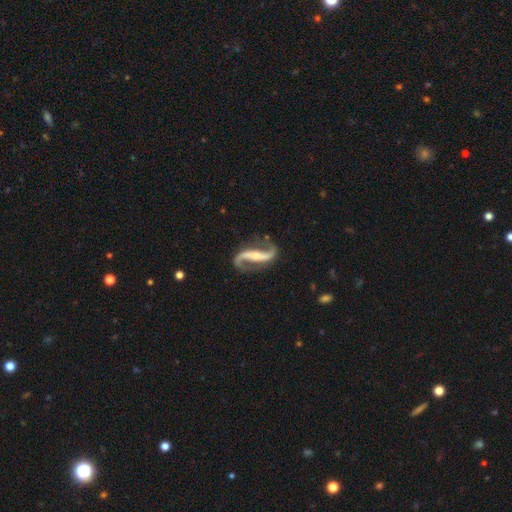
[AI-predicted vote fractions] Smooth or featured? Predicted: featured or disk (p=0.92). Edge-on disk? Predicted: no (p=0.95). Bar? Predicted: strong (p=0.56). Spiral arms? Predicted: yes (p=0.97). Spiral winding? Predicted: loose (p=0.68). Spiral arm count? Predicted: 2 (p=0.94). Bulge size? Predicted: small (p=0.52). Merging? Predicted: none (p=0.80).